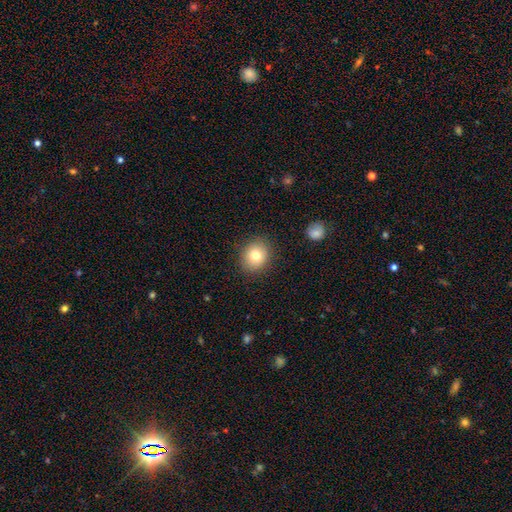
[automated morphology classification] A smooth galaxy with no disk features (78%) that is round (75%). Merging: none (88%).